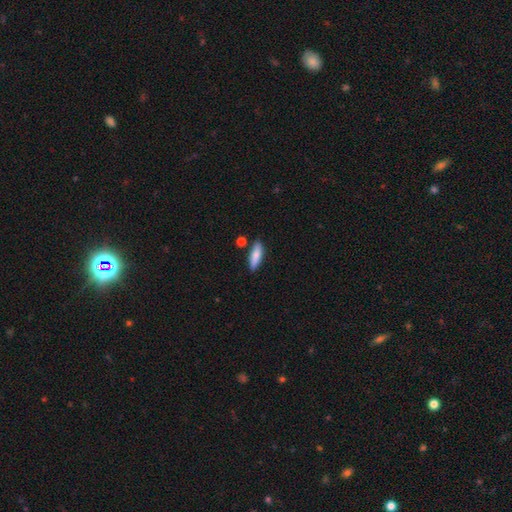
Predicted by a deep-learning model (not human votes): A smooth galaxy with no disk features (81%) that is cigar-shaped (54%). Merging: none (81%).